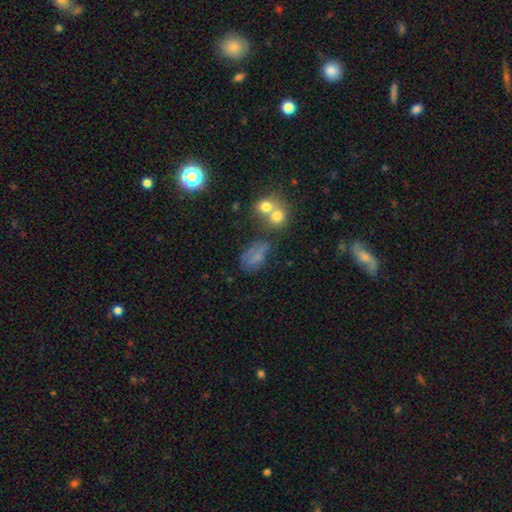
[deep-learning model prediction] This appears to be a smooth galaxy with no disk features (57%) that is in between round and cigar-shaped (82%). Merging: none (40%).